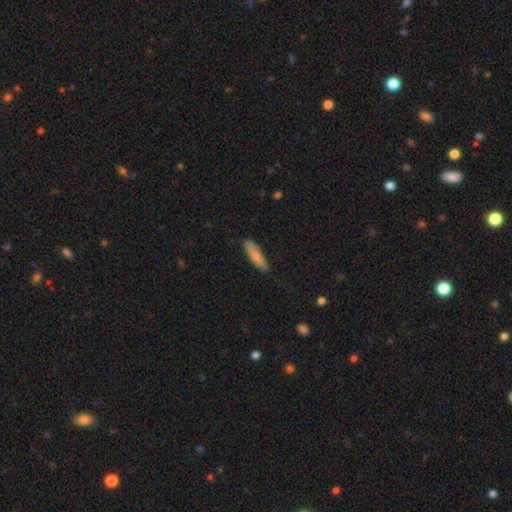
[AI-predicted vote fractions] A smooth galaxy with no disk features (79%) that is cigar-shaped (62%).

Vote fractions:
- Smooth or featured? smooth: 79% / featured or disk: 16% / star or artifact: 6%
- How rounded? cigar-shaped: 62% / in between: 36% / round: 2%
- Merging? none: 84% / minor disturbance: 13% / major disturbance: 2% / merger: 1%